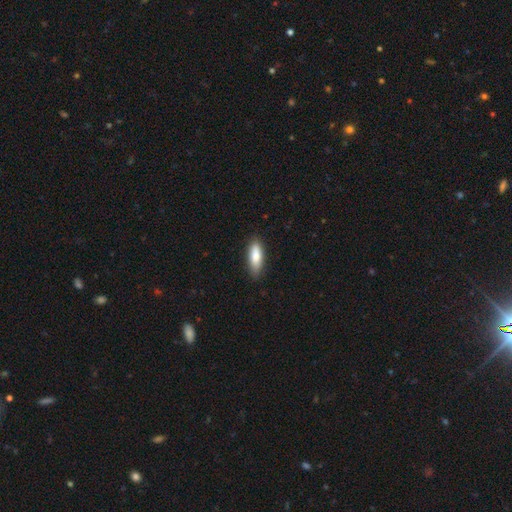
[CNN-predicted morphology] Smooth or featured? Predicted: smooth (p=0.84). How rounded? Predicted: in between (p=0.59). Merging? Predicted: none (p=0.85).